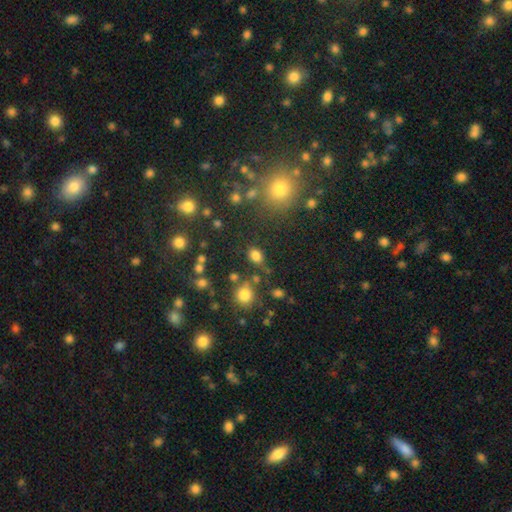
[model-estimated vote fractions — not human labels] A smooth galaxy with no disk features (79%) that is in between round and cigar-shaped (61%).

Vote fractions:
- Smooth or featured? smooth: 79% / star or artifact: 15% / featured or disk: 6%
- How rounded? in between: 61% / round: 37% / cigar-shaped: 2%
- Merging? none: 73% / minor disturbance: 13% / merger: 8% / major disturbance: 5%